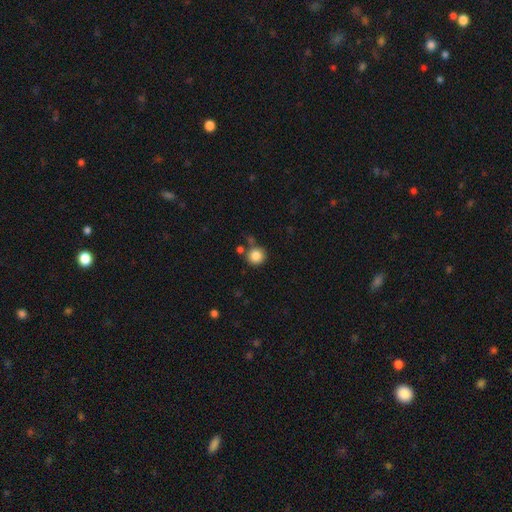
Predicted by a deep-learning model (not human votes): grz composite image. It shows a smooth galaxy with no disk features (85%) that is round (93%). Merging: none (75%).